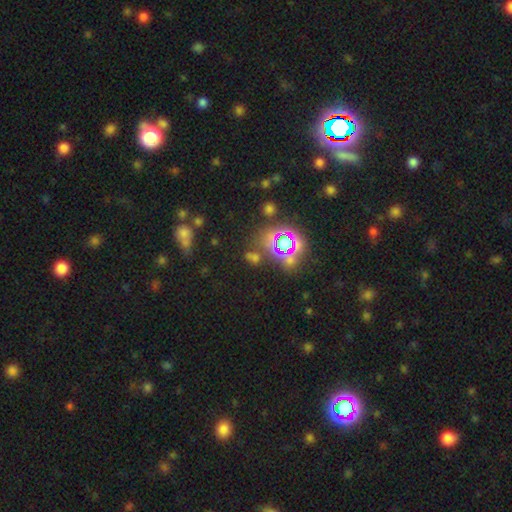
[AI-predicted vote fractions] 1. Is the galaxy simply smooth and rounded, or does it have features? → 70% star or artifact, 20% smooth, 9% featured or disk.